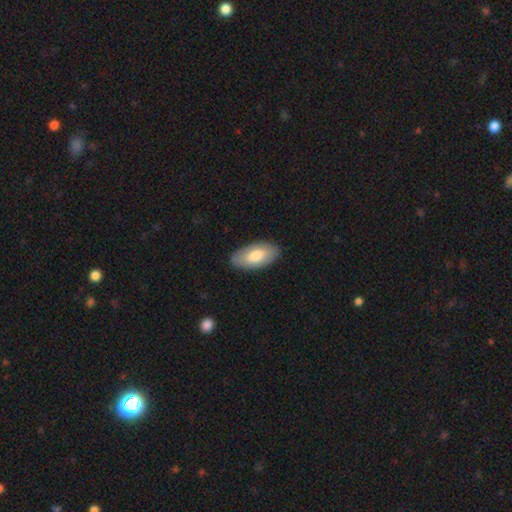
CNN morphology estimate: Q: Smooth or featured?
A: smooth (75%); runner-up: featured or disk (19%)
Q: How rounded?
A: in between (94%); runner-up: cigar-shaped (4%)
Q: Merging?
A: none (86%); runner-up: minor disturbance (11%)